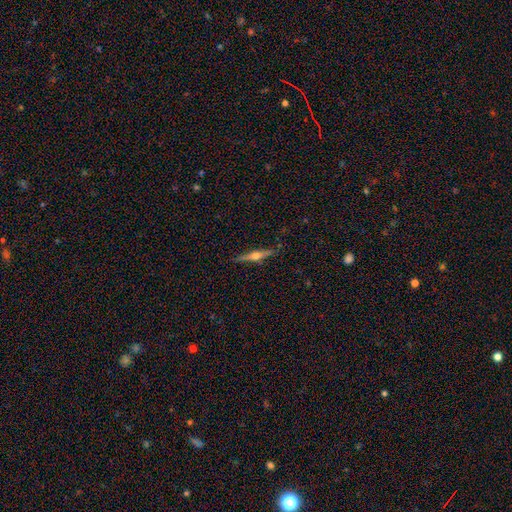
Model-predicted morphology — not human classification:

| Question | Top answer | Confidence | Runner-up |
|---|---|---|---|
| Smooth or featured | featured or disk | 74% | smooth (20%) |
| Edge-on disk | yes | 98% | no (2%) |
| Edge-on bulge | rounded | 95% | boxy (3%) |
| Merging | none | 90% | minor disturbance (7%) |